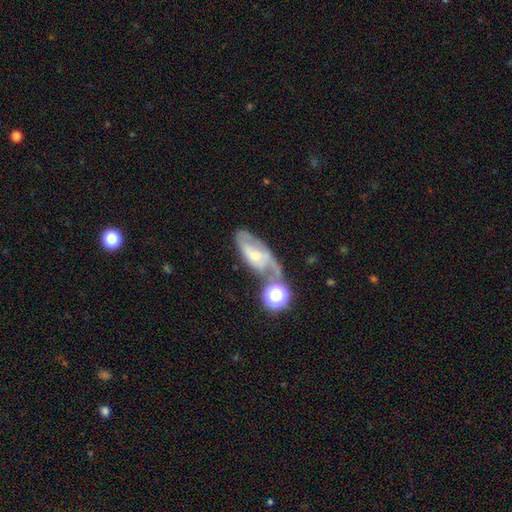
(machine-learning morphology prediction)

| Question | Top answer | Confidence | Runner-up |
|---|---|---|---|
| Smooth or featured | featured or disk | 61% | smooth (29%) |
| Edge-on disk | no | 89% | yes (11%) |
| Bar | no | 56% | weak (34%) |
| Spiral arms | yes | 76% | no (24%) |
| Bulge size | small | 49% | moderate (38%) |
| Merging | none | 33% | merger (24%) |